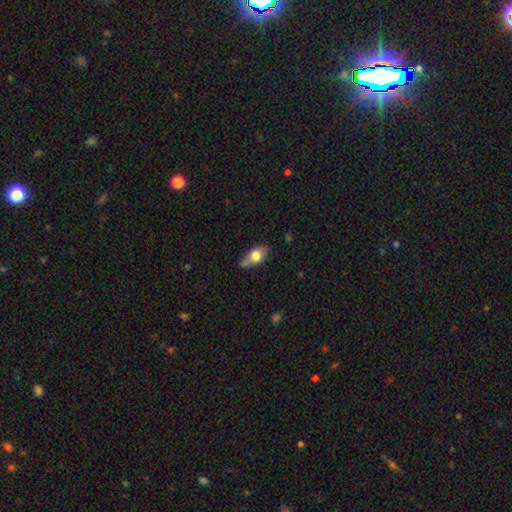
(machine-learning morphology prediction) Smooth or featured? Predicted: smooth (p=0.69). How rounded? Predicted: in between (p=0.83). Merging? Predicted: none (p=0.58).